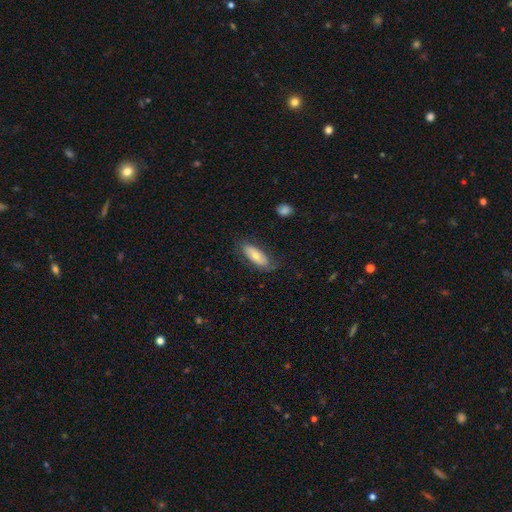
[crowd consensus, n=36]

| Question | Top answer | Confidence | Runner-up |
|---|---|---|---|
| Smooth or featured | smooth | 75% | featured or disk (22%) |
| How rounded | in between | 70% | cigar-shaped (30%) |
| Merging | none | 80% | minor disturbance (14%) |